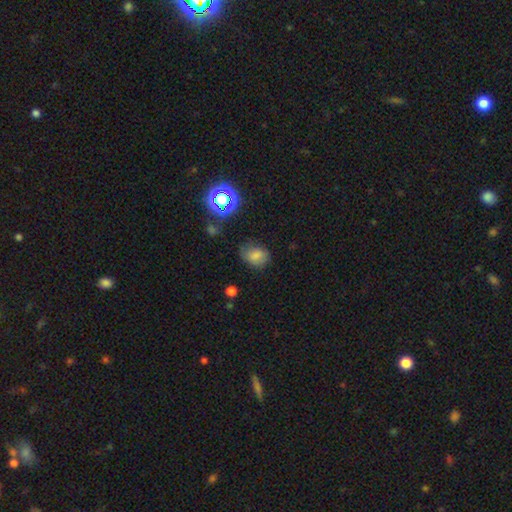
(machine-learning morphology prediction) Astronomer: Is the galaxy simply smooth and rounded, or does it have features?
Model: smooth — 73%.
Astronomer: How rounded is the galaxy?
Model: in between — 60% (runner-up: round, 39%).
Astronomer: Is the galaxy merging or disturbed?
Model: none — 62%.